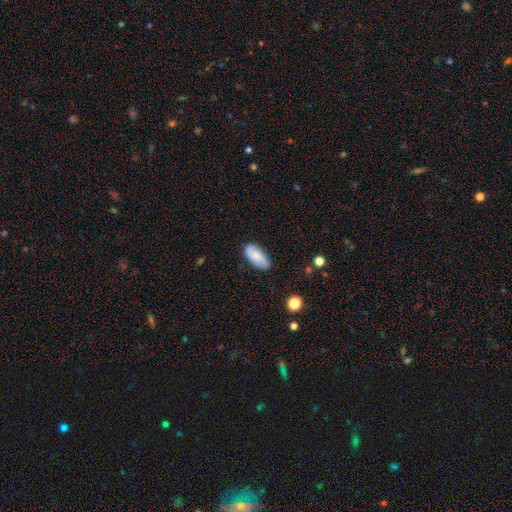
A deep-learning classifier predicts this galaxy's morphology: The model was most divided on "merging": none: 80%, minor disturbance: 16%, major disturbance: 3%, merger: 1%. More confident: how rounded — in between (88%); smooth or featured — smooth (79%).